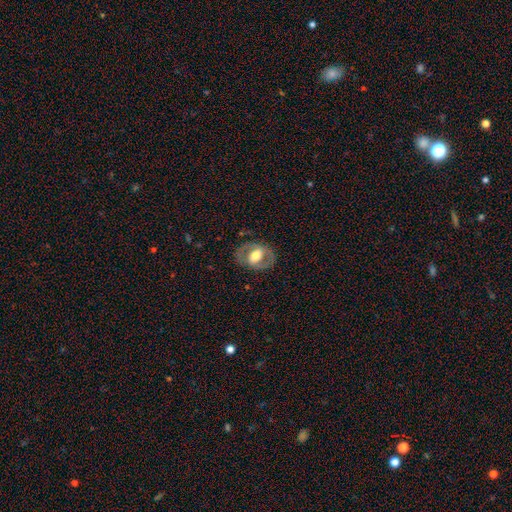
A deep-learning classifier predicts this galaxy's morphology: This is likely a featured or disk galaxy (62%). It is clearly not viewed edge-on (93%). Bar: marginally no (42%). Spiral arm pattern: likely no (61%). Central bulge: possibly moderate (57%). Merging: likely none (77%).